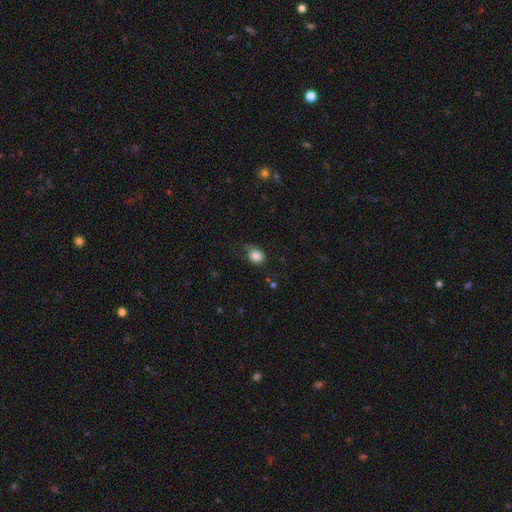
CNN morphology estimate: Smooth or featured?
  - smooth: 84% *
  - star or artifact: 9%
  - featured or disk: 6%
How rounded?
  - in between: 52% *
  - round: 47%
  - cigar-shaped: 1%
Merging?
  - none: 48% *
  - minor disturbance: 35%
  - major disturbance: 15%
  - merger: 2%